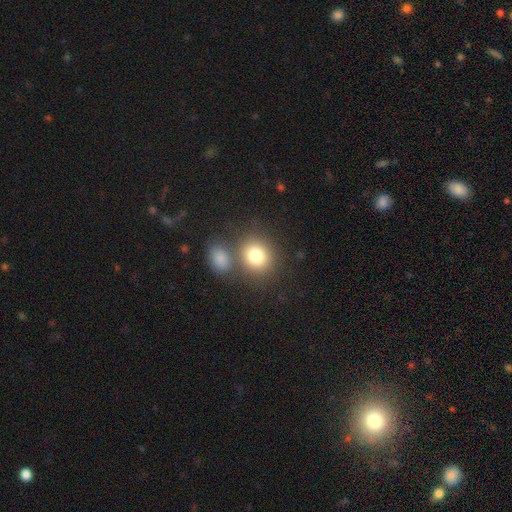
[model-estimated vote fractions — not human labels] This appears to be a smooth galaxy with no disk features (80%) that is round (75%). Merging: none (63%).